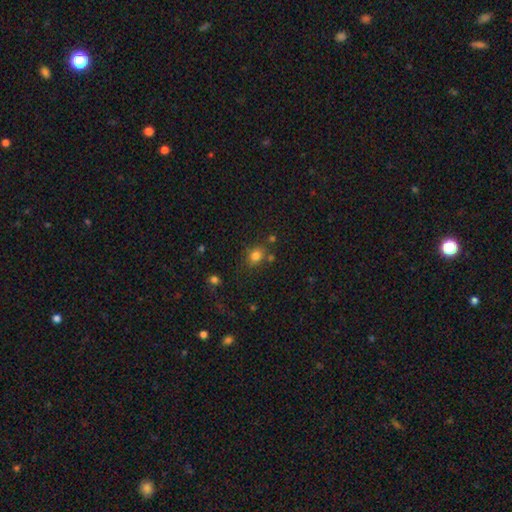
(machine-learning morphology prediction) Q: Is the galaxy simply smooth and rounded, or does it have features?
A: smooth — 80%.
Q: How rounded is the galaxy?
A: round — 55%.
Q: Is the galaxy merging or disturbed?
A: none — 71%.